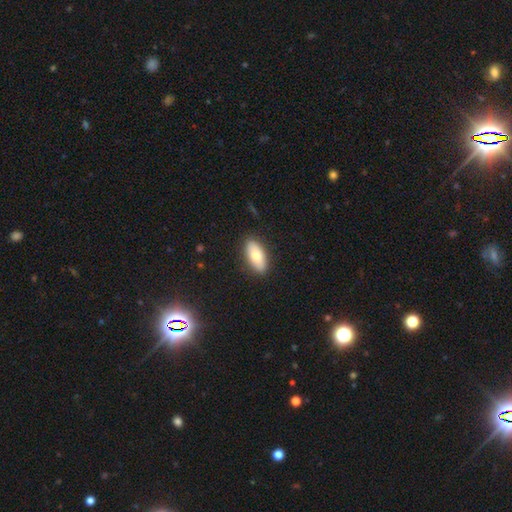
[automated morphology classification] Smooth or featured? smooth (73%)
How rounded? in between (86%)
Merging? none (88%)